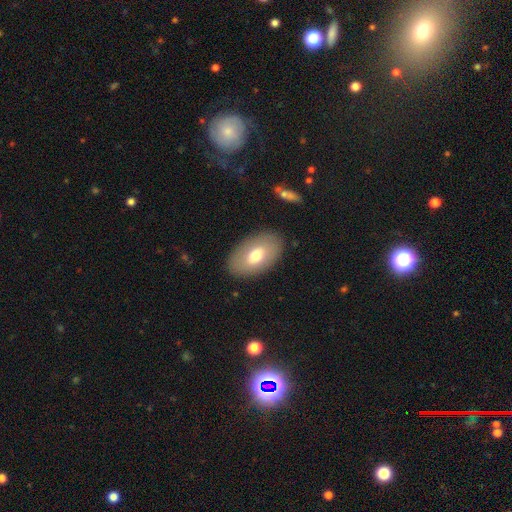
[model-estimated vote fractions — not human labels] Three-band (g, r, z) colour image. It shows a smooth galaxy with no disk features (67%) that is in between round and cigar-shaped (92%). Merging: none (86%).